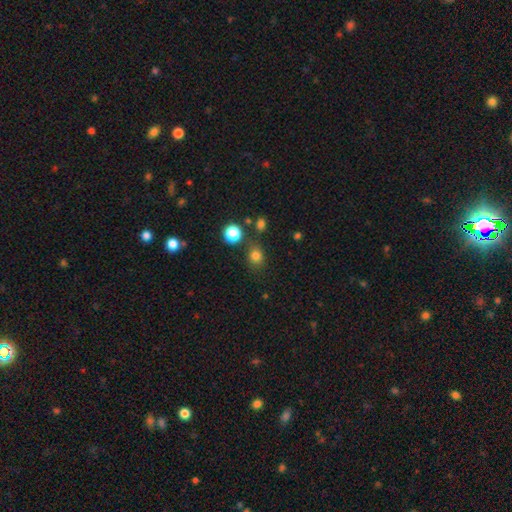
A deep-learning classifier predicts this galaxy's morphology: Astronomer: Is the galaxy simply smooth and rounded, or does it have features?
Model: smooth — 79%.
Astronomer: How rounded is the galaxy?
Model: round — 69%.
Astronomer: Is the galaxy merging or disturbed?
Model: none — 74%.